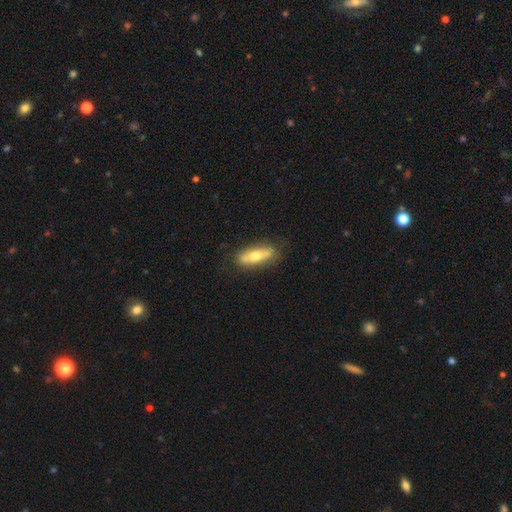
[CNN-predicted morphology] type=smooth (52%); roundness=in between (51%); merging=none (82%).